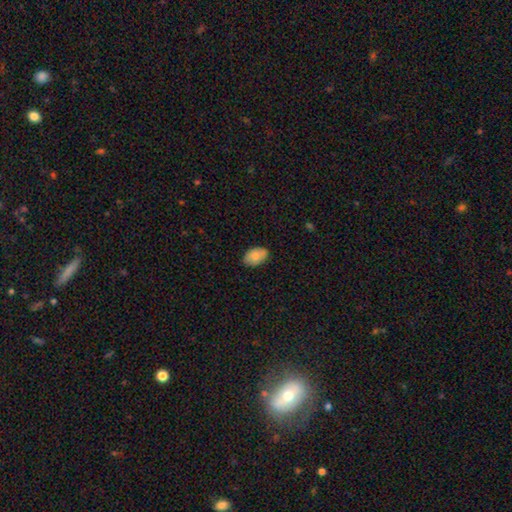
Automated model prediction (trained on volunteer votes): This appears to be a smooth galaxy with no disk features (86%) that is in between round and cigar-shaped (92%). Merging: none (84%).